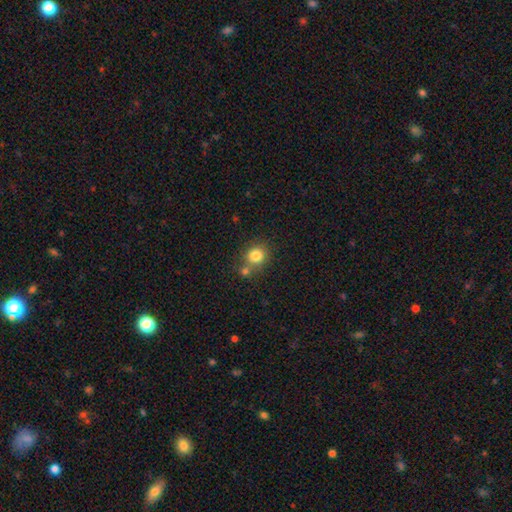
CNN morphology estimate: This is clearly a smooth galaxy (81%). How rounded: clearly round (83%). Merging: likely none (60%).